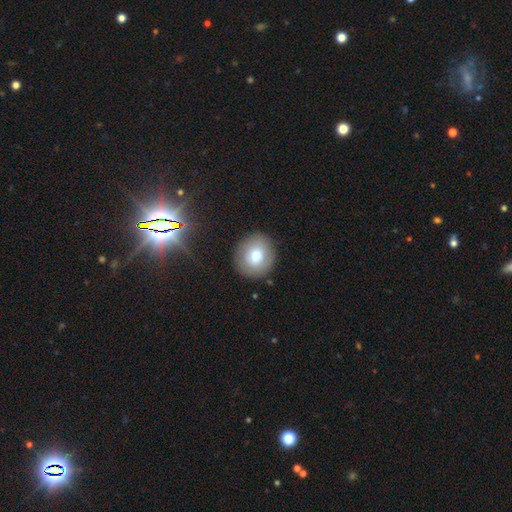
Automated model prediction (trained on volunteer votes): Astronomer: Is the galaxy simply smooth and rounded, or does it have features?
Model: smooth — 73%.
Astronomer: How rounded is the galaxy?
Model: round — 83%.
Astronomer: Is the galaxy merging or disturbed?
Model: none — 87%.